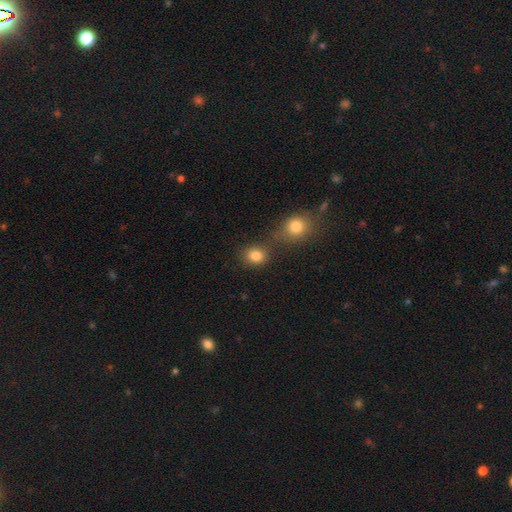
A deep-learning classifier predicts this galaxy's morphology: Smooth or featured: smooth — 84% (star or artifact — 11%)
How rounded: round — 67% (in between — 31%)
Merging: none — 61% (merger — 27%)